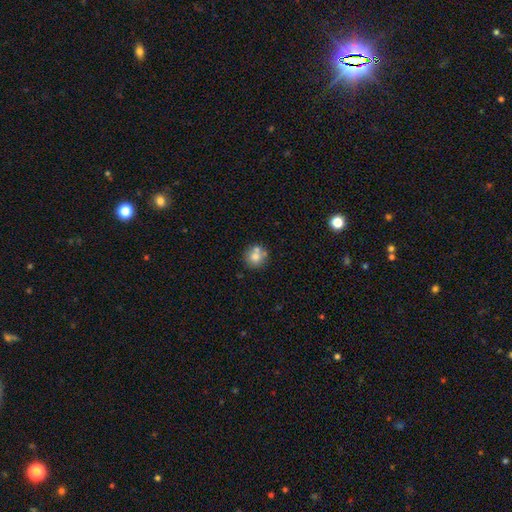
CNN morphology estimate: smooth_or_featured: smooth (p=0.74) [alt: featured or disk p=0.15]
how_rounded: round (p=0.89) [alt: in between p=0.10]
merging: none (p=0.62) [alt: merger p=0.24]